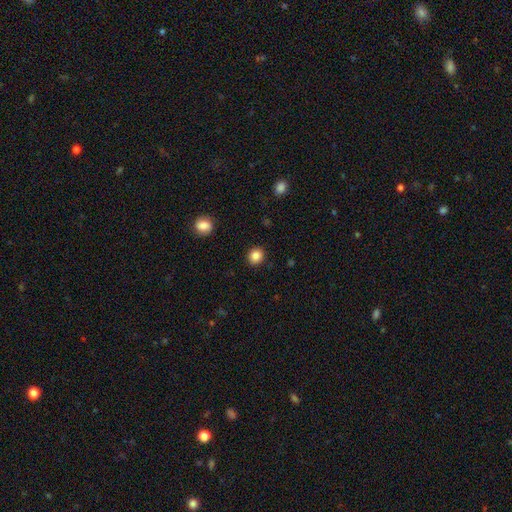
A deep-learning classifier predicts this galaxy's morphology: A smooth galaxy with no disk features (85%) that is round (84%).

Vote fractions:
- Smooth or featured? smooth: 85% / star or artifact: 10% / featured or disk: 5%
- How rounded? round: 84% / in between: 16% / cigar-shaped: 1%
- Merging? none: 91% / minor disturbance: 6% / major disturbance: 2% / merger: 1%